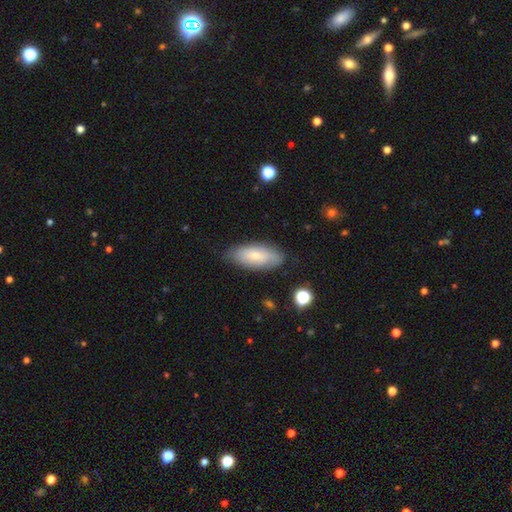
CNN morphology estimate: This is likely a smooth galaxy (66%). How rounded: clearly in between (83%). Merging: likely none (78%).